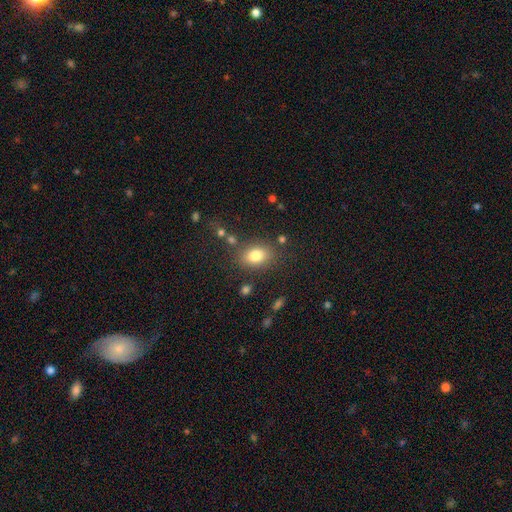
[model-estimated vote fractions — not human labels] smooth_or_featured: smooth (p=0.80) [alt: star or artifact p=0.10]
how_rounded: in between (p=0.73) [alt: round p=0.25]
merging: none (p=0.79) [alt: minor disturbance p=0.12]